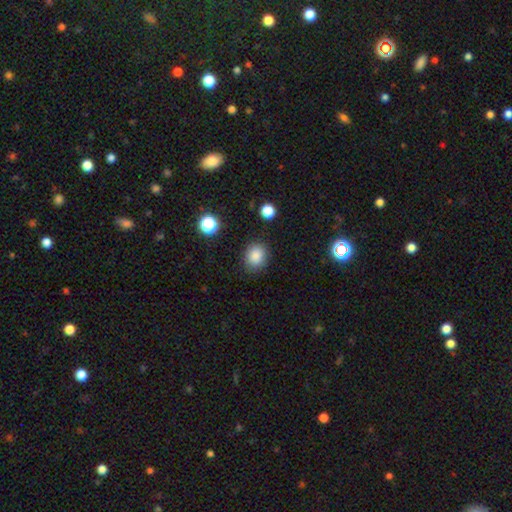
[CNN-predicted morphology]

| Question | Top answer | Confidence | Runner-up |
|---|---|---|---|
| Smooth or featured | smooth | 85% | star or artifact (11%) |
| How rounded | round | 70% | in between (29%) |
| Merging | none | 86% | minor disturbance (9%) |